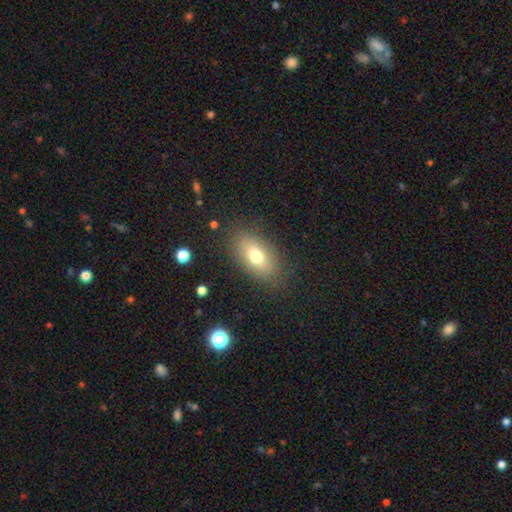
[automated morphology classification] This is likely a smooth galaxy (72%). How rounded: clearly in between (87%). Merging: clearly none (83%).